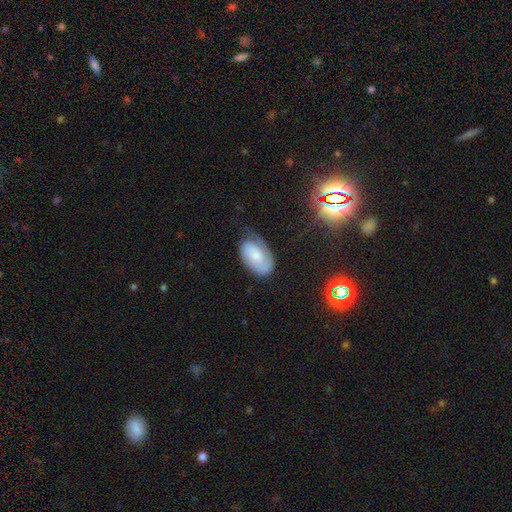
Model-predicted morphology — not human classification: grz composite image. It shows a featured or disk galaxy (55%) with no bar (69%), spiral arms (85%) and a small central bulge (50%). Merging: none (55%).